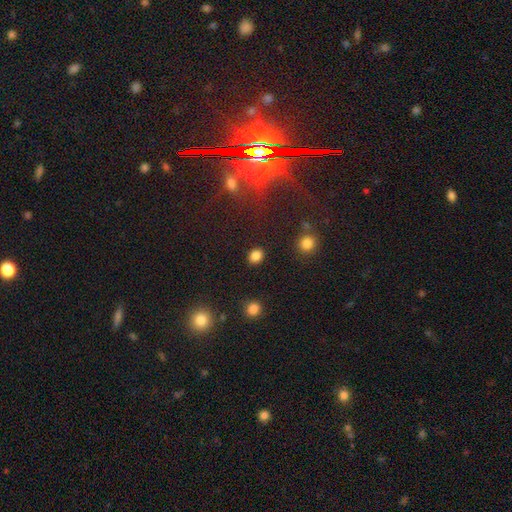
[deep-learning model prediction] Smooth or featured? Predicted: smooth (p=0.84). How rounded? Predicted: round (p=0.51). Merging? Predicted: none (p=0.88).